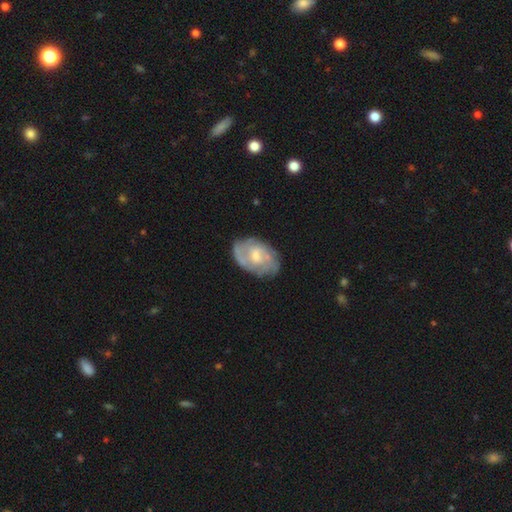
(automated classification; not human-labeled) smooth-or-featured: featured or disk: 65% | smooth: 29% | star or artifact: 6%
  disk-edge-on: no: 96% | yes: 4%
    bar: no: 49% | weak: 44% | strong: 7%
    has-spiral-arms: yes: 74% | no: 26%
    bulge-size: moderate: 46% | small: 44% | none: 6% | large: 3% | dominant: 1%
  merging: none: 69% | minor disturbance: 22% | major disturbance: 7% | merger: 2%